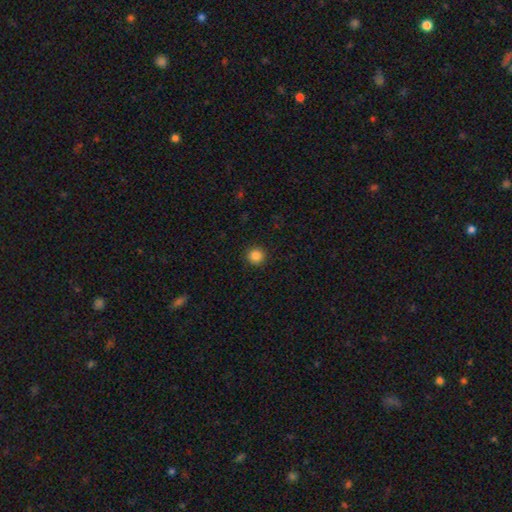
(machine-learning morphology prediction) Overall: smooth (86%). How rounded: round (95%). Merging: none (93%).